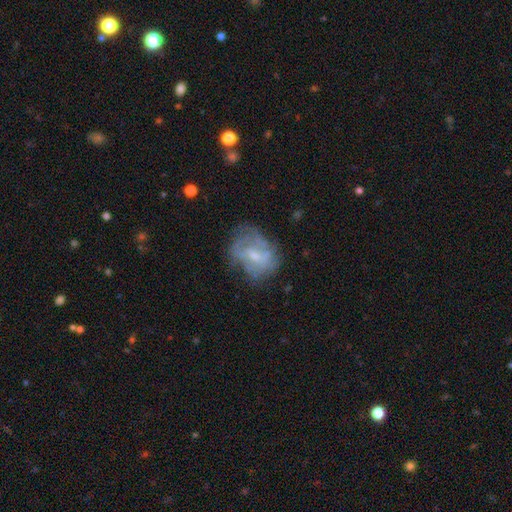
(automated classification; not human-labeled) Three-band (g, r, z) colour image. It shows a featured or disk galaxy (62%) with a weak bar (46%), spiral arms (57%) and a small central bulge (49%). Merging: none (52%).